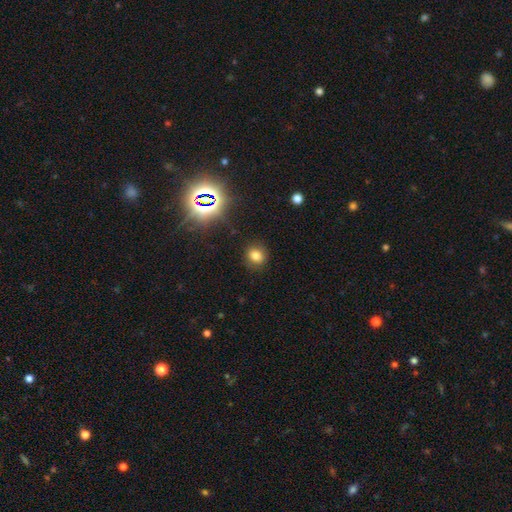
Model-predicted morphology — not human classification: Smooth or featured? Predicted: smooth (p=0.76). How rounded? Predicted: round (p=0.75). Merging? Predicted: none (p=0.86).